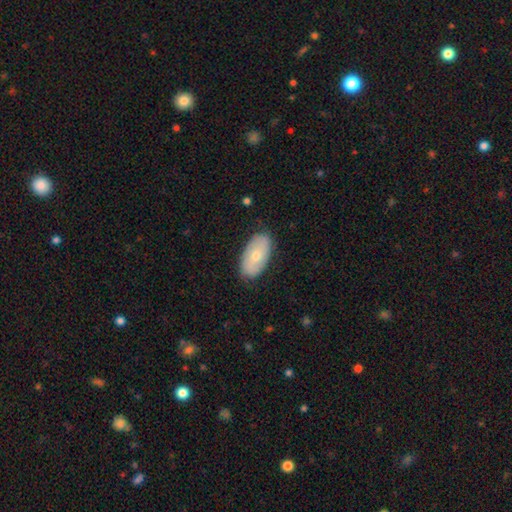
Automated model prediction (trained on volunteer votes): Smooth or featured? Predicted: smooth (p=0.60). How rounded? Predicted: in between (p=0.94). Merging? Predicted: none (p=0.83).